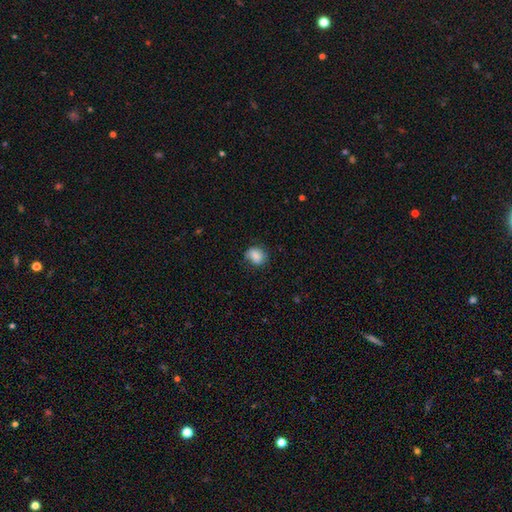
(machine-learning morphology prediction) Overall: smooth (83%). How rounded: round (54%; in between 45%). Merging: none (67%).